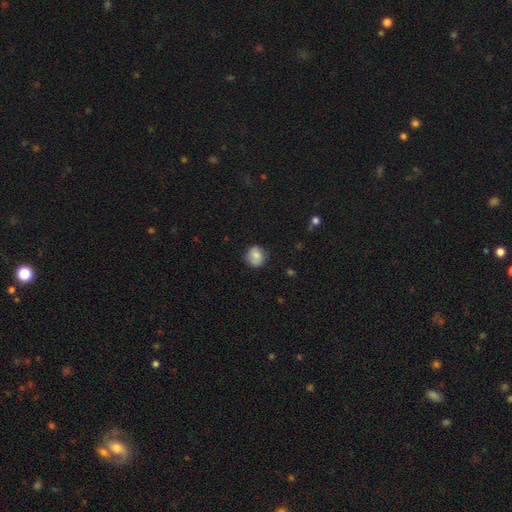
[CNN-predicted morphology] type=smooth (74%); roundness=round (82%); merging=none (77%).